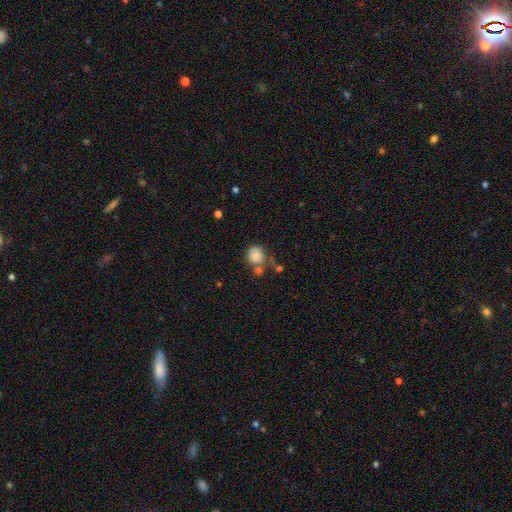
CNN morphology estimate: Q: Smooth or featured?
A: smooth (80%); runner-up: featured or disk (11%)
Q: How rounded?
A: round (81%); runner-up: in between (18%)
Q: Merging?
A: none (51%); runner-up: merger (22%)